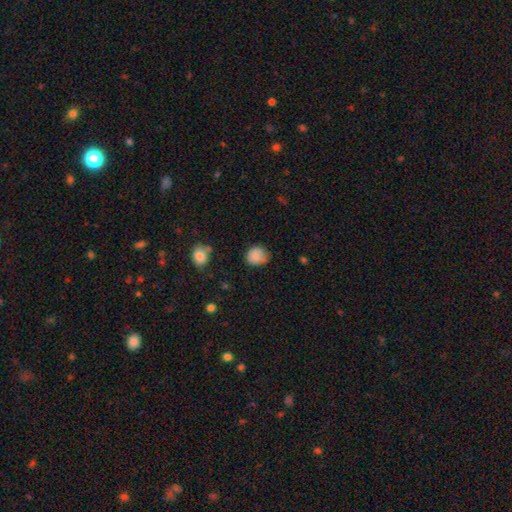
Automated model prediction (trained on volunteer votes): The model was most divided on "merging": none: 64%, minor disturbance: 27%, major disturbance: 6%, merger: 2%. More confident: smooth or featured — smooth (84%); how rounded — round (72%).